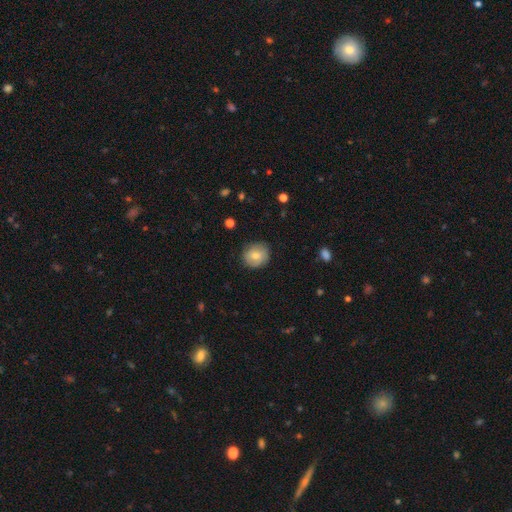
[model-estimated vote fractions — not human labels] smooth-or-featured: smooth: 72% | featured or disk: 20% | star or artifact: 8%
  how-rounded: round: 77% | in between: 22% | cigar-shaped: 1%
  merging: none: 80% | minor disturbance: 16% | major disturbance: 3% | merger: 1%